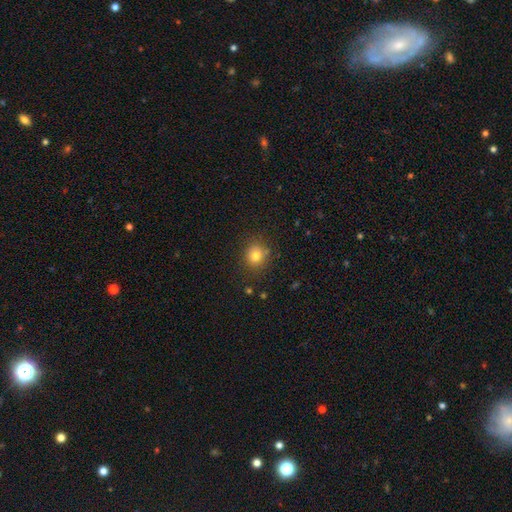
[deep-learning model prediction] A smooth galaxy with no disk features (79%) that is round (84%). Merging: none (83%).